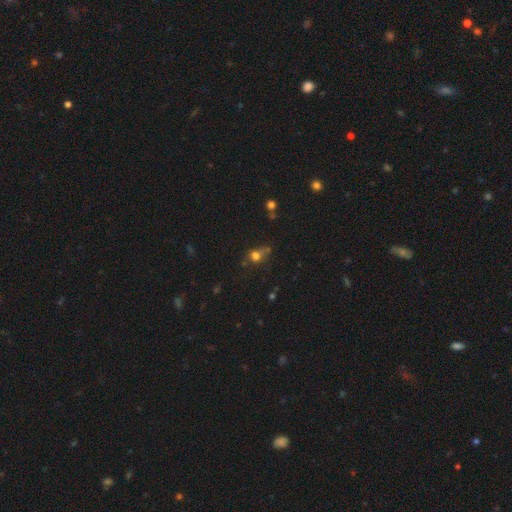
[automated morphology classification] Smooth or featured? Predicted: smooth (p=0.67). How rounded? Predicted: round (p=0.73). Merging? Predicted: none (p=0.51).